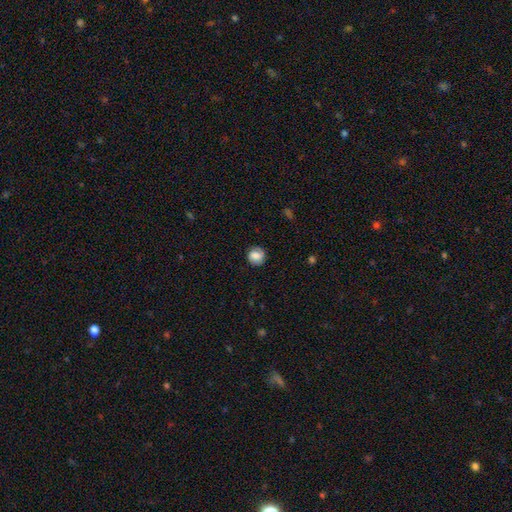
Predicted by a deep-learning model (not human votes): Smooth or featured?
  - smooth: 72% *
  - featured or disk: 19%
  - star or artifact: 9%
How rounded?
  - round: 86% *
  - in between: 13%
  - cigar-shaped: 1%
Merging?
  - none: 80% *
  - minor disturbance: 14%
  - major disturbance: 4%
  - merger: 1%